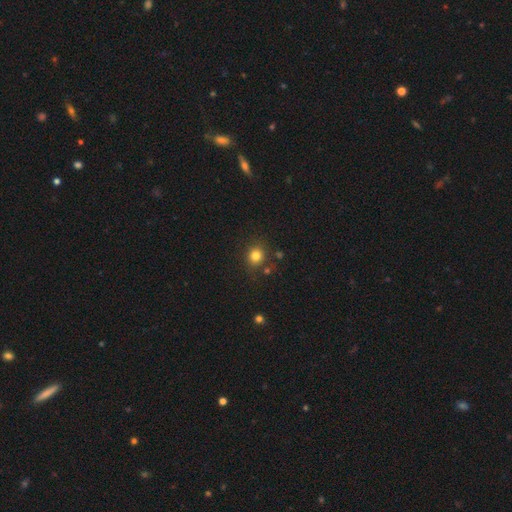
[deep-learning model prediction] smooth_or_featured: smooth (p=0.80) [alt: star or artifact p=0.14]
how_rounded: round (p=0.82) [alt: in between p=0.17]
merging: none (p=0.78) [alt: minor disturbance p=0.12]